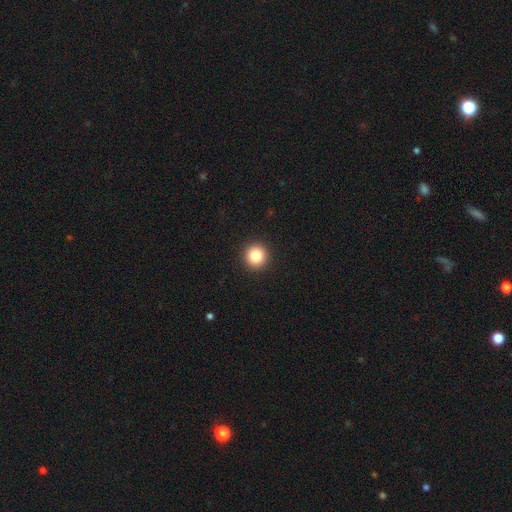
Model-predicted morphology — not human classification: Smooth or featured: smooth — 85% (star or artifact — 10%)
How rounded: round — 94% (in between — 5%)
Merging: none — 93% (minor disturbance — 4%)